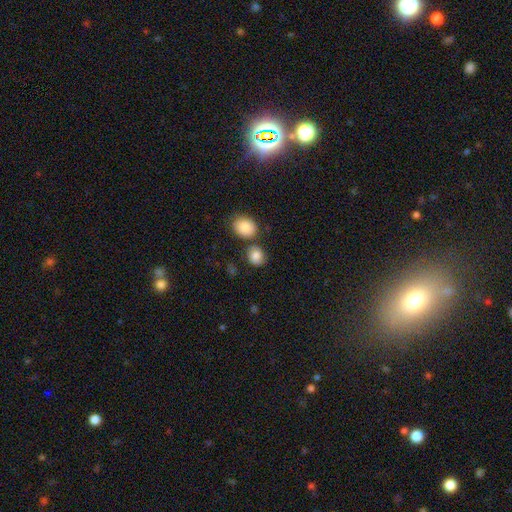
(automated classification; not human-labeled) Overall: smooth (85%). How rounded: round (66%; in between 33%). Merging: none (67%).